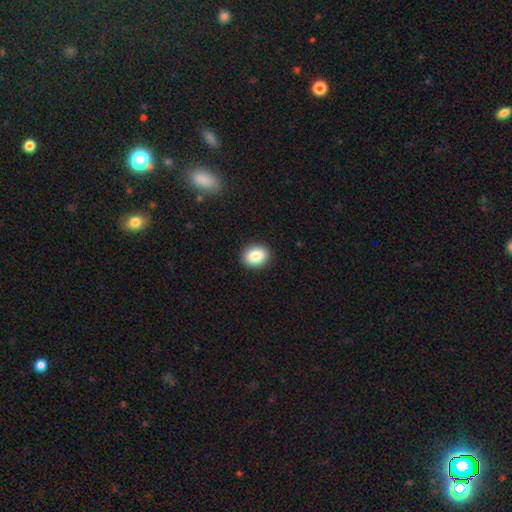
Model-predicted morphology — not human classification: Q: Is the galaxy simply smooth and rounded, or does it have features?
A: smooth — 86%.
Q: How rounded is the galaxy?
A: in between — 51%.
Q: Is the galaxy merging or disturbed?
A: none — 91%.